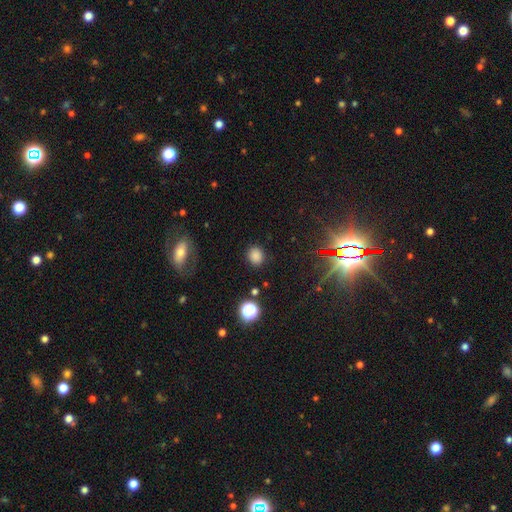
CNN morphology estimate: Overall: smooth (79%). How rounded: round (76%). Merging: none (87%).